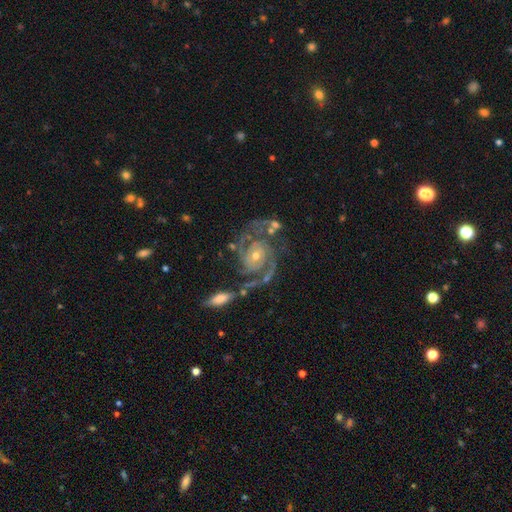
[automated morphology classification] smooth_or_featured: featured or disk (p=0.91) [alt: star or artifact p=0.05]
disk_edge_on: no (p=0.97) [alt: yes p=0.03]
bar: no (p=0.71) [alt: weak p=0.21]
has_spiral_arms: yes (p=0.98) [alt: no p=0.02]
spiral_winding: tight (p=0.47) [alt: medium p=0.43]
spiral_arm_count: 2 (p=0.81) [alt: 3 p=0.07]
bulge_size: small (p=0.58) [alt: moderate p=0.37]
merging: none (p=0.60) [alt: minor disturbance p=0.18]